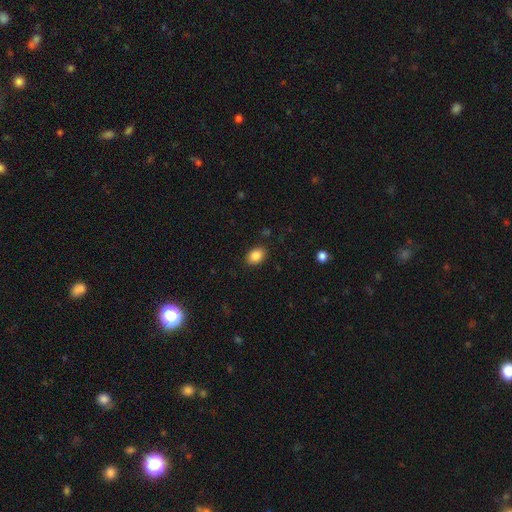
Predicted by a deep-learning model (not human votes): smooth_or_featured: smooth (p=0.87) [alt: star or artifact p=0.08]
how_rounded: in between (p=0.74) [alt: round p=0.25]
merging: none (p=0.88) [alt: minor disturbance p=0.09]